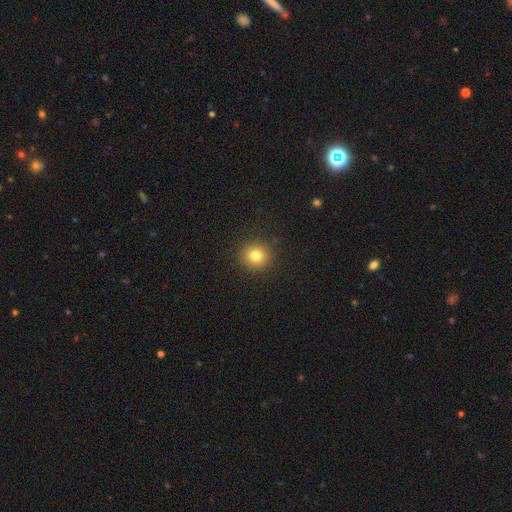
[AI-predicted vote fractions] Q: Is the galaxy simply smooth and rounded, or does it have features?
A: smooth — 80%.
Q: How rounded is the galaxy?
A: round — 91%.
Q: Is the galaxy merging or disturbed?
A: none — 91%.